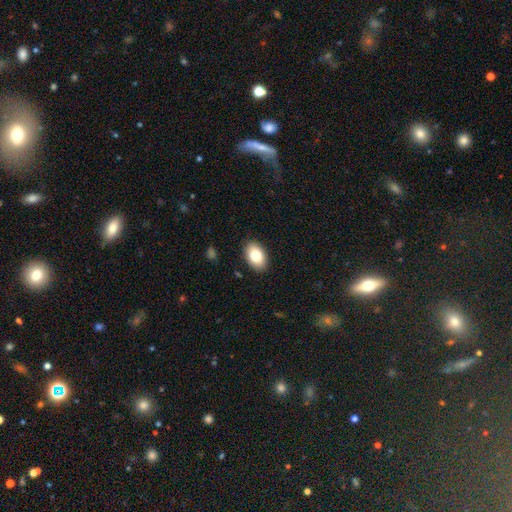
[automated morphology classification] Q: Smooth or featured?
A: smooth (81%); runner-up: featured or disk (12%)
Q: How rounded?
A: in between (89%); runner-up: round (10%)
Q: Merging?
A: none (89%); runner-up: minor disturbance (8%)